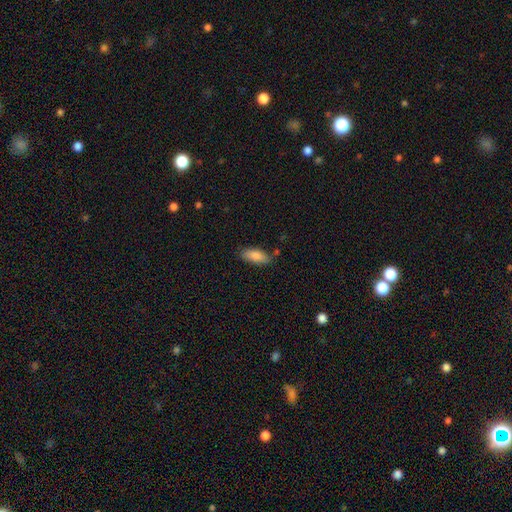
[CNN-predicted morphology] smooth 85%, featured or disk 9%, star or artifact 6%. Down the decision tree: how rounded — in between (82%); merging — none (77%).